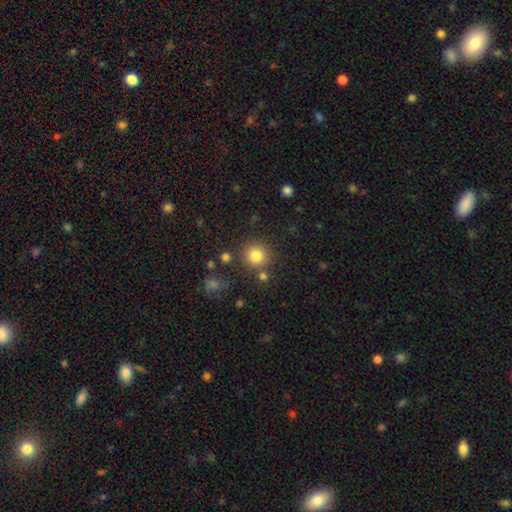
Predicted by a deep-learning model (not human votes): A smooth galaxy with no disk features (83%) that is round (92%). Merging: none (82%).